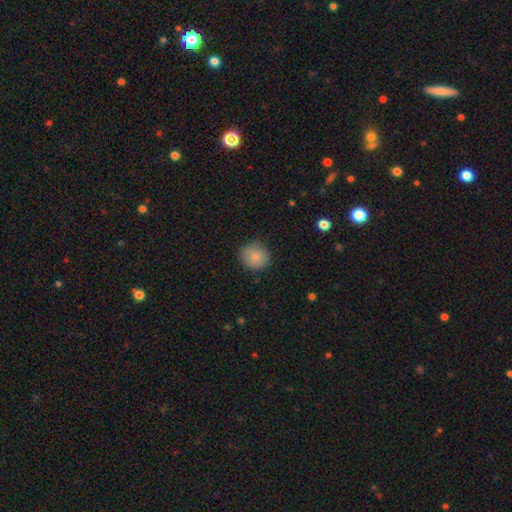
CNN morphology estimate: Smooth or featured? Predicted: smooth (p=0.83). How rounded? Predicted: round (p=0.88). Merging? Predicted: none (p=0.82).